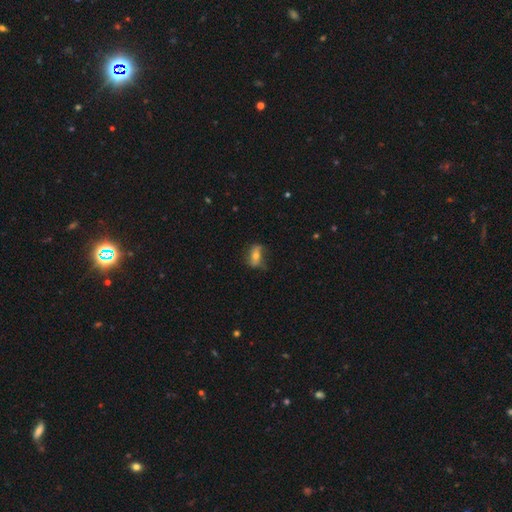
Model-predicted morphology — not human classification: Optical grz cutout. It shows a smooth galaxy with no disk features (54%) that is in between round and cigar-shaped (78%). Merging: none (57%).